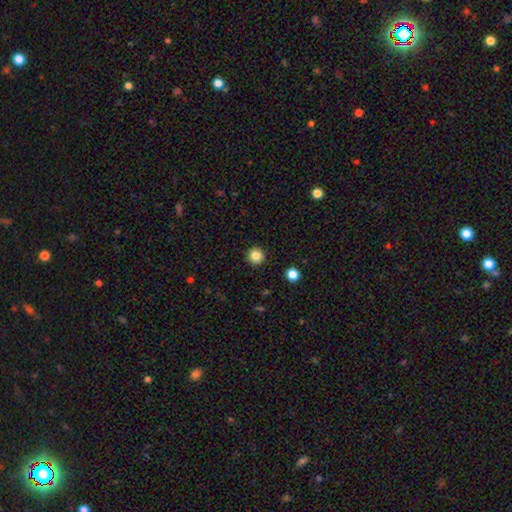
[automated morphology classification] type=smooth (85%); roundness=round (95%); merging=none (93%).